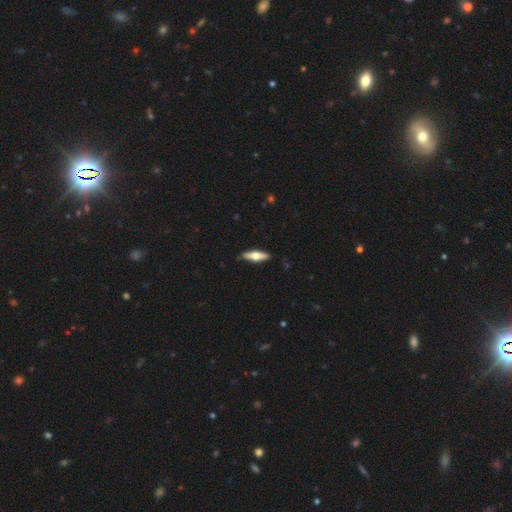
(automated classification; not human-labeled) Smooth or featured: smooth — 49% (featured or disk — 46%)
Merging: none — 89% (minor disturbance — 9%)